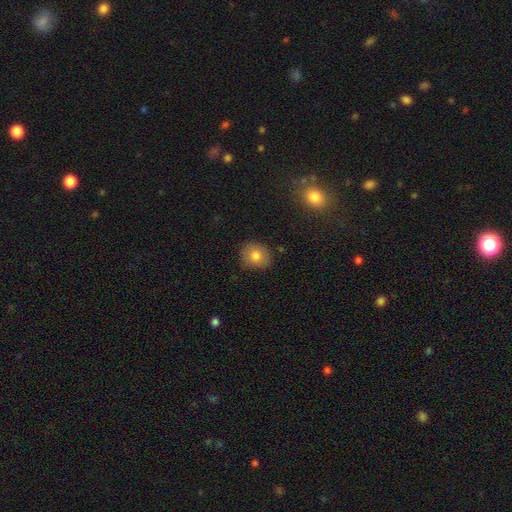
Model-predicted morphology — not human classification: Smooth or featured? Predicted: smooth (p=0.80). How rounded? Predicted: round (p=0.72). Merging? Predicted: none (p=0.83).